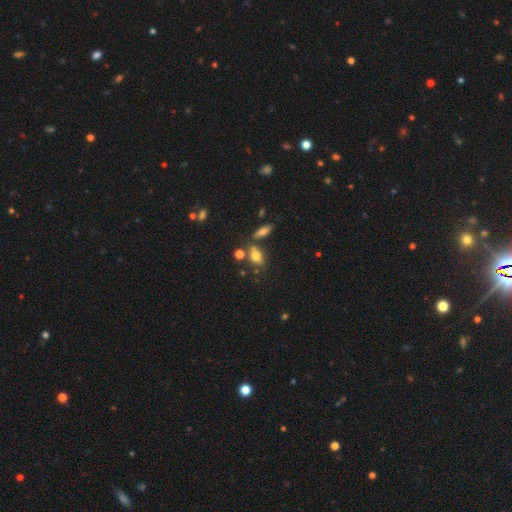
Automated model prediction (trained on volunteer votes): Smooth or featured? smooth (74%)
How rounded? in between (75%)
Merging? none (59%)